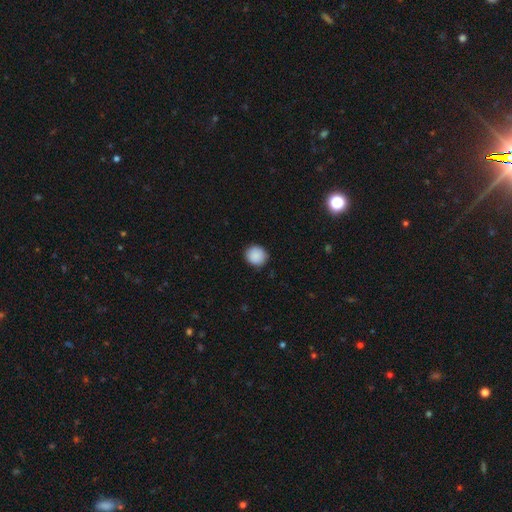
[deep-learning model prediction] Smooth or featured? Predicted: smooth (p=0.89). How rounded? Predicted: round (p=0.91). Merging? Predicted: none (p=0.88).